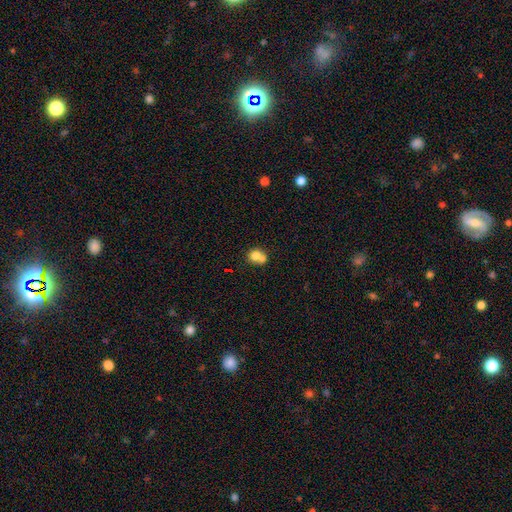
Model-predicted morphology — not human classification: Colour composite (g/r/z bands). It shows a smooth galaxy with no disk features (74%) that is round (74%). Merging: merger (57%).